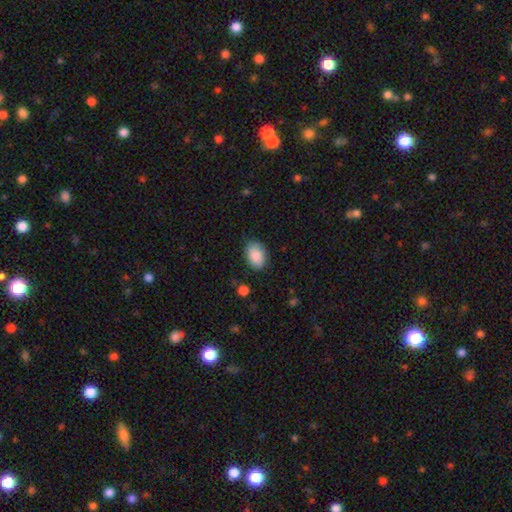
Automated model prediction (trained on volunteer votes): This appears to be a smooth galaxy with no disk features (87%) that is in between round and cigar-shaped (84%). Merging: none (84%).